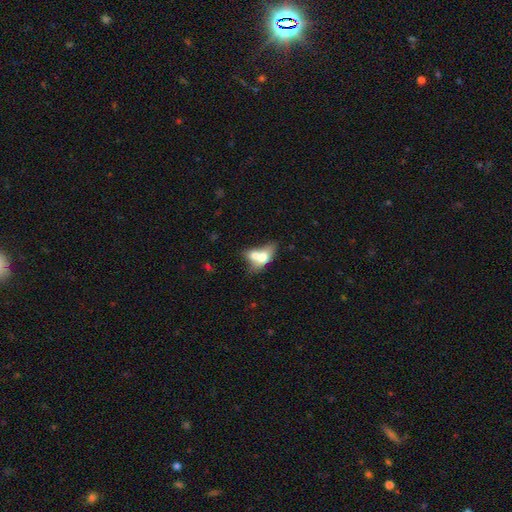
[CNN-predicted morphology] This appears to be a smooth galaxy with no disk features (64%) that is in between round and cigar-shaped (75%). Merging: merger (72%).